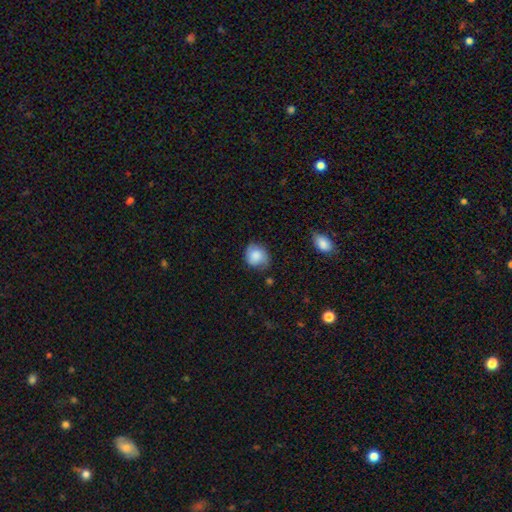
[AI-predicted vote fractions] A smooth galaxy with no disk features (77%) that is round (69%). Merging: none (61%).